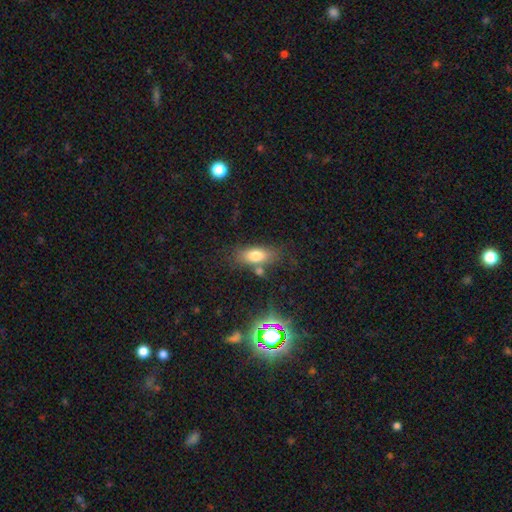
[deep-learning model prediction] A smooth galaxy with no disk features (74%) that is in between round and cigar-shaped (80%). Merging: none (68%).